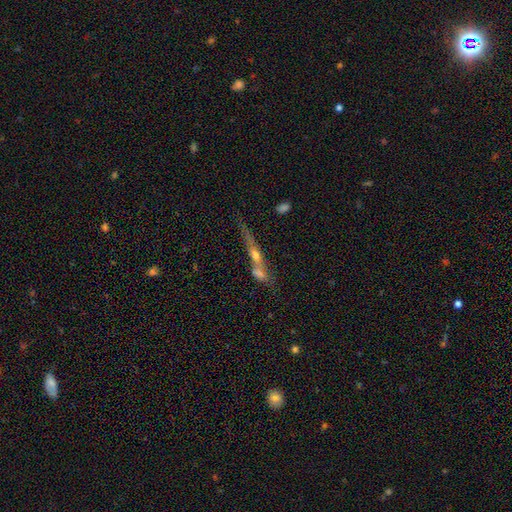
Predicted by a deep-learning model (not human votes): The model was most divided on "merging": merger: 49%, none: 31%, minor disturbance: 11%, major disturbance: 9%. More confident: edge-on disk — yes (71%); smooth or featured — featured or disk (55%).